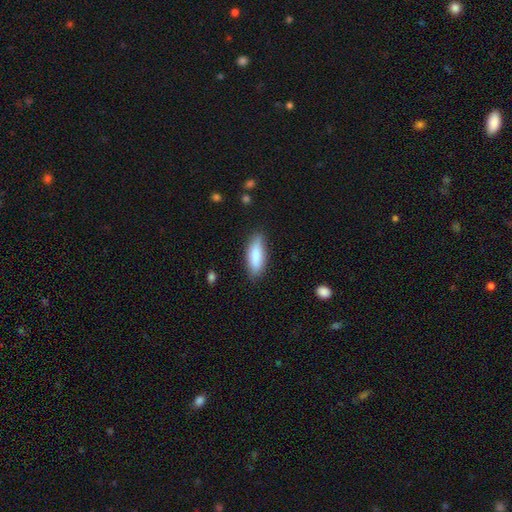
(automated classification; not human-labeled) This appears to be a smooth galaxy with no disk features (82%) that is in between round and cigar-shaped (60%). Merging: none (80%).